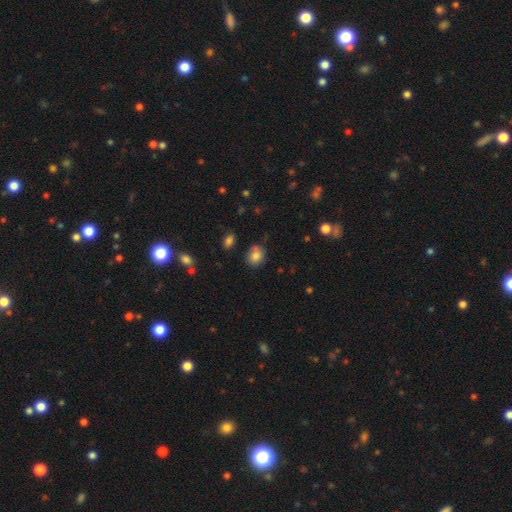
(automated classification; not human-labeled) A smooth galaxy with no disk features (81%) that is round (60%).

Vote fractions:
- Smooth or featured? smooth: 81% / star or artifact: 10% / featured or disk: 8%
- How rounded? round: 60% / in between: 39% / cigar-shaped: 1%
- Merging? none: 69% / minor disturbance: 19% / merger: 9% / major disturbance: 4%